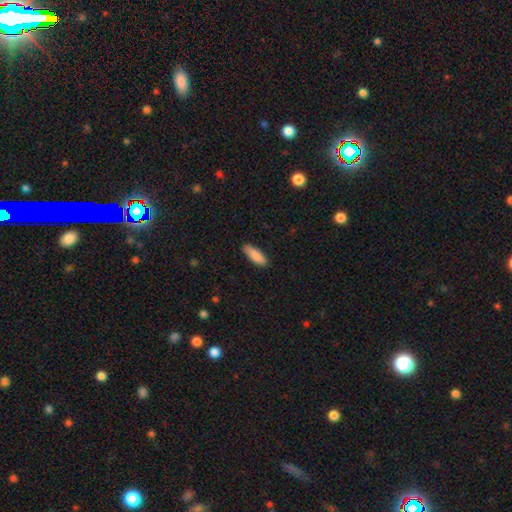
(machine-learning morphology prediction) smooth 88%, featured or disk 7%, star or artifact 6%. Down the decision tree: how rounded — in between (60%); merging — none (86%).